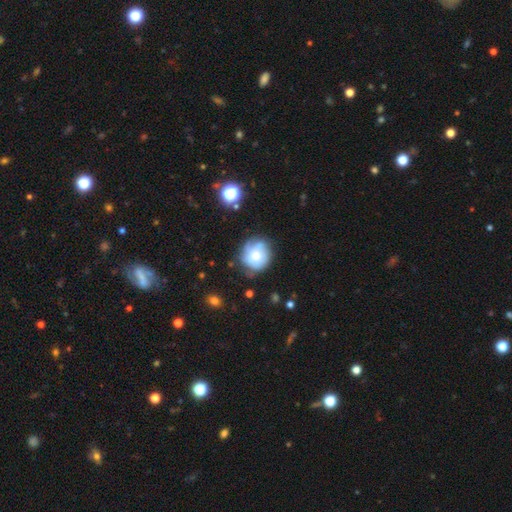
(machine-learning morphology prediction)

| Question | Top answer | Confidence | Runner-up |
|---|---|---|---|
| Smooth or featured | smooth | 45% | tied: featured or disk (45%) |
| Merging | none | 63% | minor disturbance (24%) |